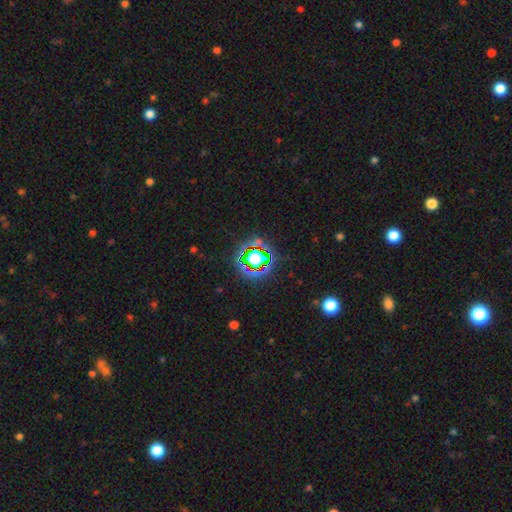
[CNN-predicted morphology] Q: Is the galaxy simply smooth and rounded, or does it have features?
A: star or artifact — 70%.